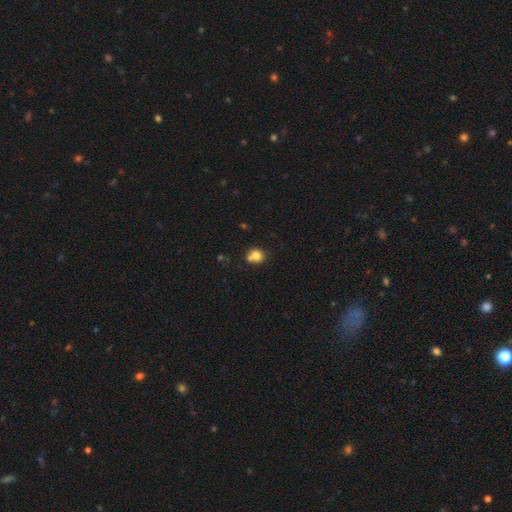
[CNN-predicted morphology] smooth_or_featured: smooth (p=0.78) [alt: star or artifact p=0.11]
how_rounded: round (p=0.78) [alt: in between p=0.21]
merging: none (p=0.54) [alt: merger p=0.29]